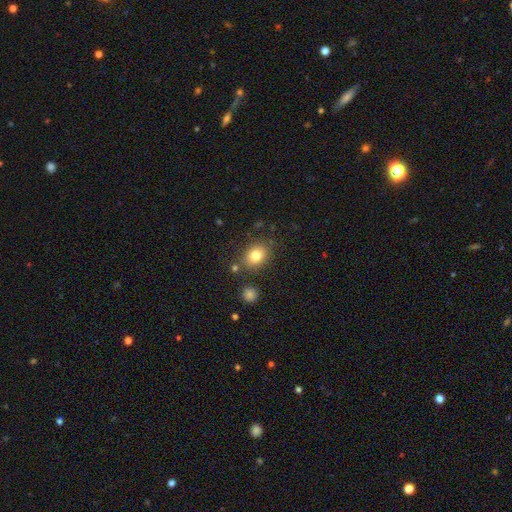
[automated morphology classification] A smooth galaxy with no disk features (81%) that is round (50%).

Vote fractions:
- Smooth or featured? smooth: 81% / star or artifact: 11% / featured or disk: 9%
- How rounded? round: 50% / in between: 49% / cigar-shaped: 1%
- Merging? none: 80% / minor disturbance: 11% / merger: 6% / major disturbance: 3%